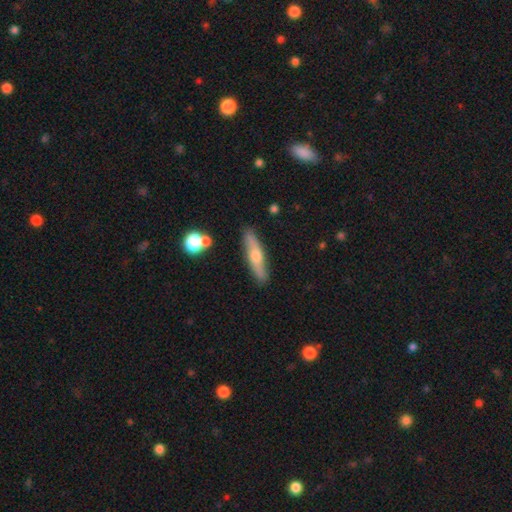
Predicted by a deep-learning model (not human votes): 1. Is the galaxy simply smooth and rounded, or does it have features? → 51% featured or disk, 43% smooth, 6% star or artifact.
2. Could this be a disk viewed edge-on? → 71% yes, 29% no.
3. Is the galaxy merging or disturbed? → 86% none, 10% minor disturbance, 2% merger, 2% major disturbance.